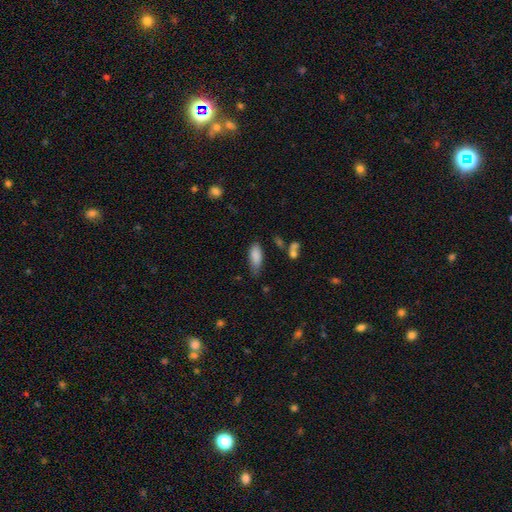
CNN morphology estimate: A smooth galaxy with no disk features (85%) that is in between round and cigar-shaped (74%).

Vote fractions:
- Smooth or featured? smooth: 85% / featured or disk: 7% / star or artifact: 7%
- How rounded? in between: 74% / cigar-shaped: 24% / round: 2%
- Merging? none: 57% / minor disturbance: 32% / major disturbance: 8% / merger: 4%